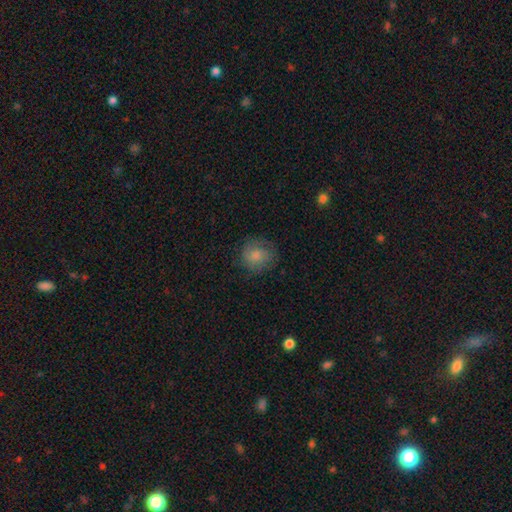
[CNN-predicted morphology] Q: Smooth or featured?
A: smooth (74%); runner-up: featured or disk (18%)
Q: How rounded?
A: round (86%); runner-up: in between (13%)
Q: Merging?
A: none (75%); runner-up: minor disturbance (17%)